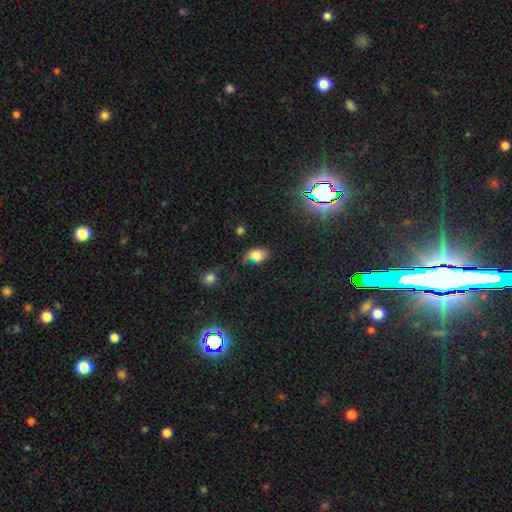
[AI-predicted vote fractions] This is likely a smooth galaxy (76%). How rounded: clearly in between (85%). Merging: likely none (63%).